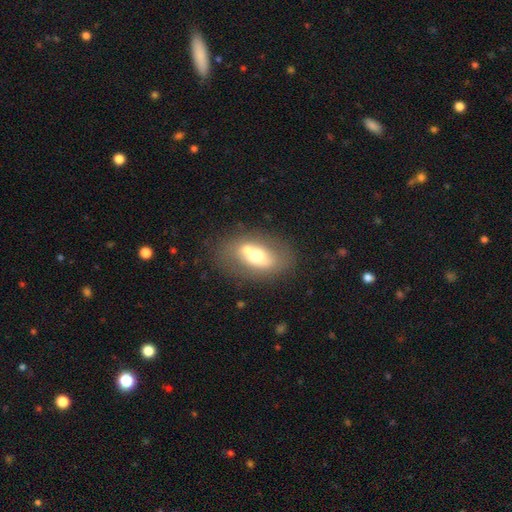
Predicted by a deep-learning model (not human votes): Overall: smooth (53%; featured or disk 38%). How rounded: in between (83%). Merging: none (53%; merger 26%).